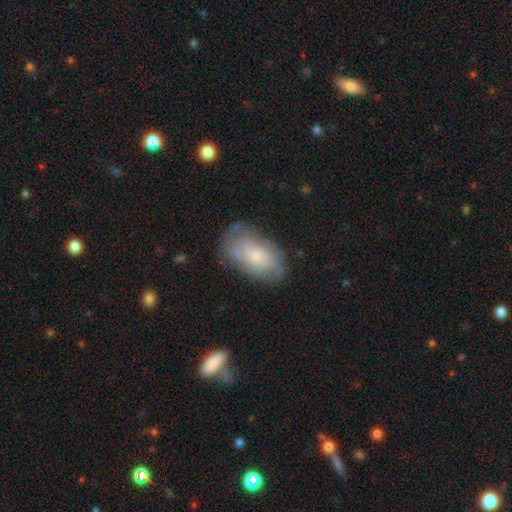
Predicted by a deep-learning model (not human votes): The model was most divided on "smooth or featured": smooth: 47%, featured or disk: 45%, star or artifact: 8%. More confident: merging — none (62%).